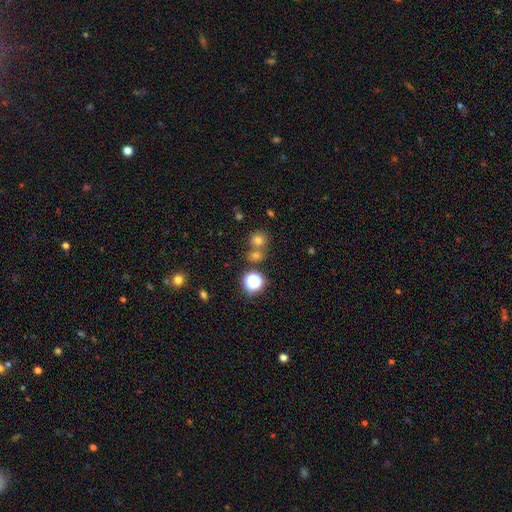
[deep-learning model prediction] This appears to be a smooth galaxy with no disk features (64%) that is round (84%). Merging: none (61%).